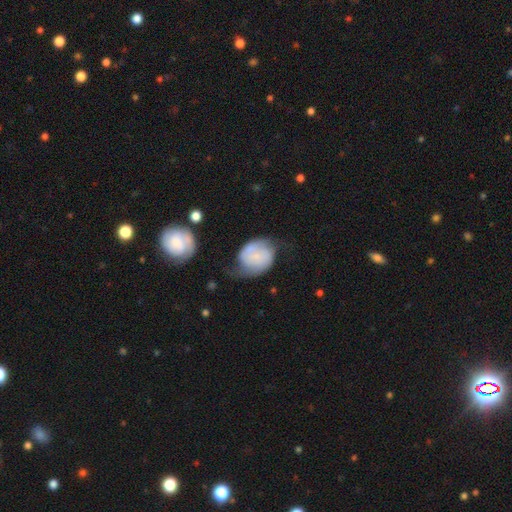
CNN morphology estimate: Smooth or featured? featured or disk (52%)
Edge-on disk? no (97%)
Bar? no (70%)
Spiral arms? yes (84%)
Bulge size? small (58%)
Merging? none (44%)